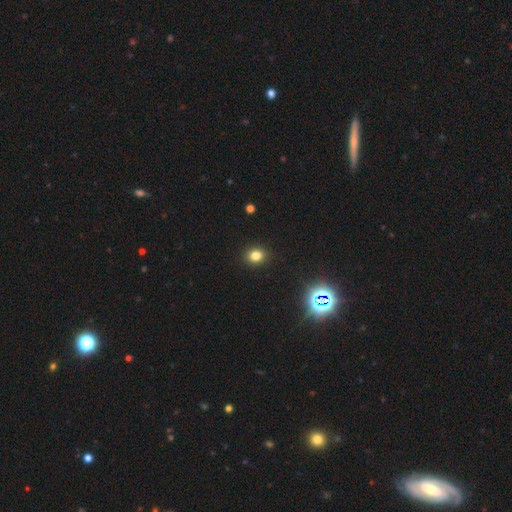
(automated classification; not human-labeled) Smooth or featured? Predicted: smooth (p=0.79). How rounded? Predicted: round (p=0.64). Merging? Predicted: none (p=0.91).